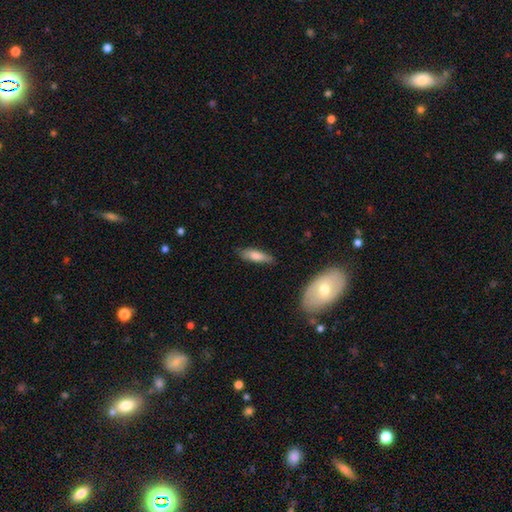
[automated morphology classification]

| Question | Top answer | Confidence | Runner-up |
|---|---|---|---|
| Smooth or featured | smooth | 69% | featured or disk (24%) |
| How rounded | cigar-shaped | 55% | in between (43%) |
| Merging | none | 78% | minor disturbance (17%) |